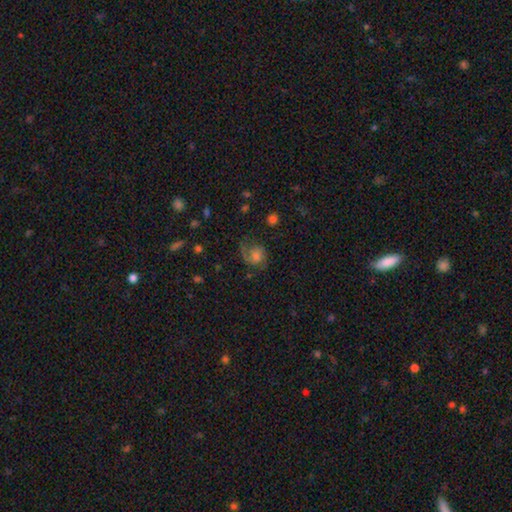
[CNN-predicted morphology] Smooth or featured?
  - featured or disk: 52% *
  - smooth: 35%
  - star or artifact: 13%
Edge-on disk?
  - no: 97% *
  - yes: 3%
Bar?
  - no: 72% *
  - weak: 24%
  - strong: 4%
Spiral arms?
  - yes: 88% *
  - no: 12%
Bulge size?
  - moderate: 39% *
  - small: 26%
  - large: 18%
  - none: 13%
  - dominant: 4%
Merging?
  - none: 52% *
  - major disturbance: 24%
  - minor disturbance: 21%
  - merger: 2%